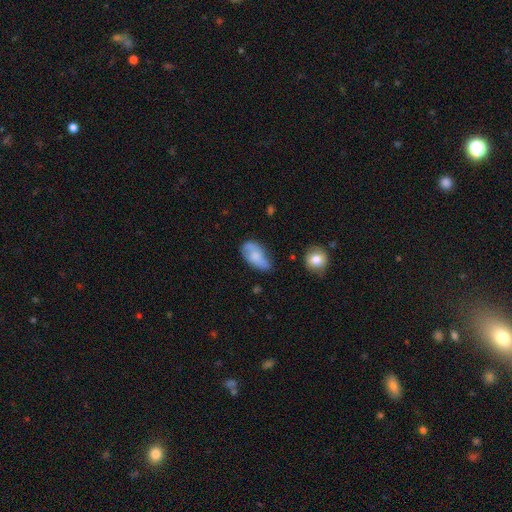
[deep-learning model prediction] This is likely a smooth galaxy (66%). How rounded: clearly in between (92%). Merging: possibly none (46%).